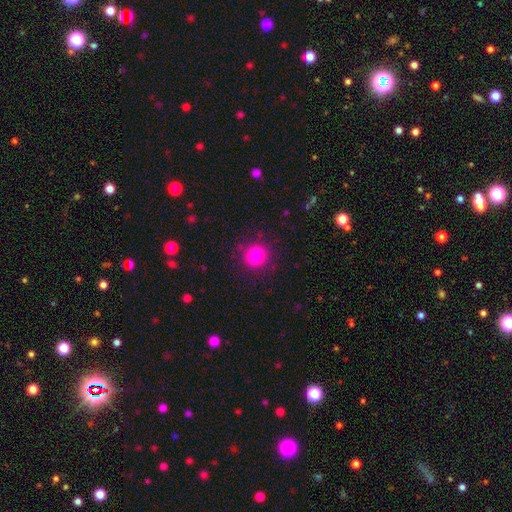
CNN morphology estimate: type=smooth (84%); roundness=round (90%); merging=none (88%).